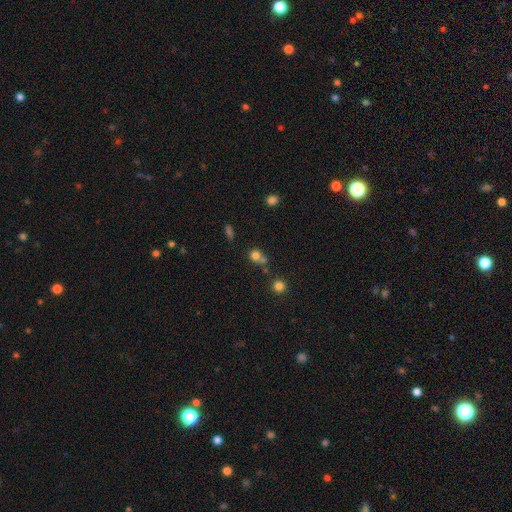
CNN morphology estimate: This is likely a smooth galaxy (75%). How rounded: clearly round (80%). Merging: possibly none (48%).